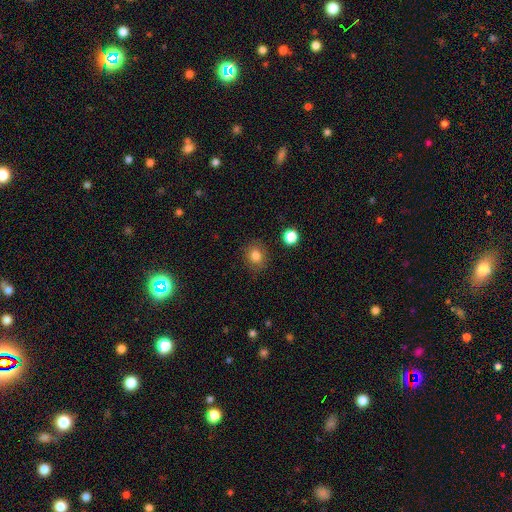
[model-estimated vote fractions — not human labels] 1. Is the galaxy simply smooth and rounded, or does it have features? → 82% smooth, 11% star or artifact, 7% featured or disk.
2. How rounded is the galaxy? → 71% round, 28% in between, 1% cigar-shaped.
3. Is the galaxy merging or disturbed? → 86% none, 10% minor disturbance, 3% major disturbance, 2% merger.